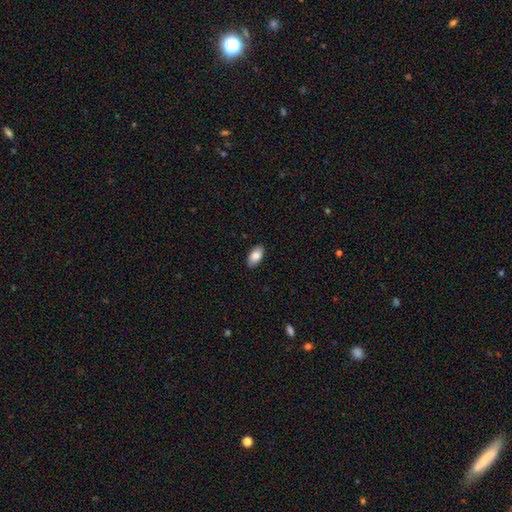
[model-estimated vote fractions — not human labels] The model was most divided on "smooth or featured": smooth: 84%, featured or disk: 9%, star or artifact: 7%. More confident: how rounded — in between (94%); merging — none (88%).